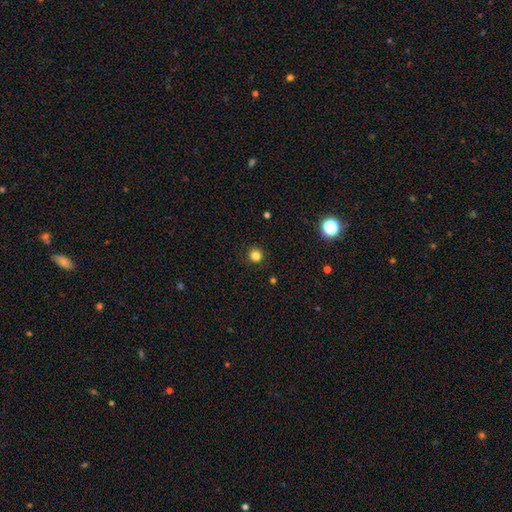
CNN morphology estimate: A smooth galaxy with no disk features (83%) that is round (95%).

Vote fractions:
- Smooth or featured? smooth: 83% / star or artifact: 14% / featured or disk: 4%
- How rounded? round: 95% / in between: 4% / cigar-shaped: 1%
- Merging? none: 91% / minor disturbance: 6% / major disturbance: 2% / merger: 1%